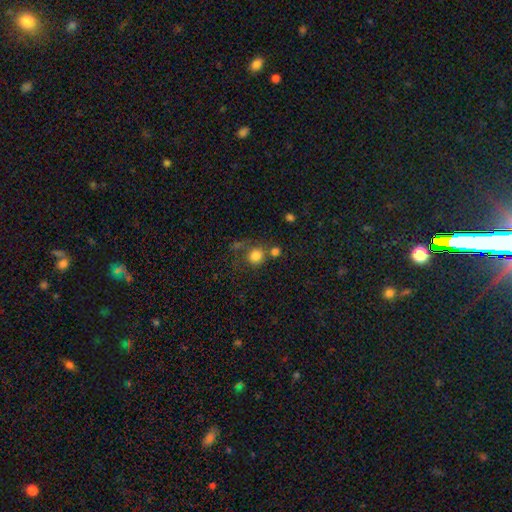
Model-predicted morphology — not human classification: A smooth galaxy with no disk features (79%) that is round (84%). Merging: none (53%).